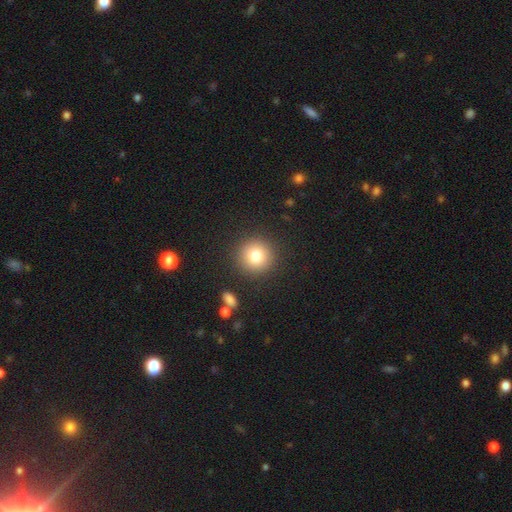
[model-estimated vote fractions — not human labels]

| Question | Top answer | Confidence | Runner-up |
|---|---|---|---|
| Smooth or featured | smooth | 80% | star or artifact (11%) |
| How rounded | round | 94% | in between (5%) |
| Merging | none | 89% | minor disturbance (7%) |